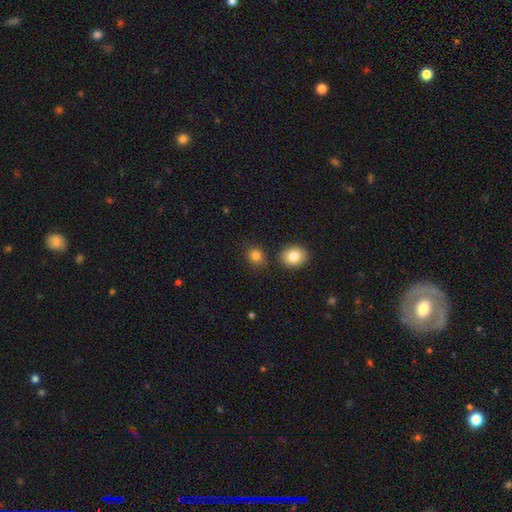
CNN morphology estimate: type=smooth (83%); roundness=round (67%); merging=none (80%).